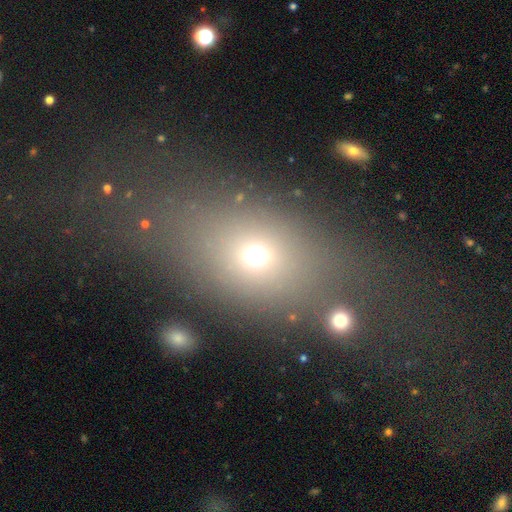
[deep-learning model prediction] Morphology: type=smooth (64%); roundness=in between (66%); merging=none (63%).